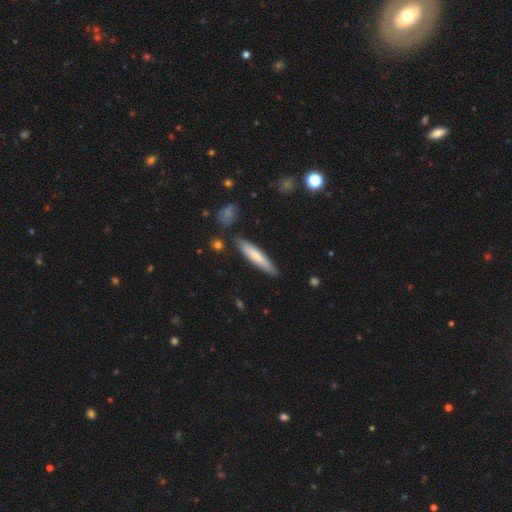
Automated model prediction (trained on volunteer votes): smooth-or-featured: smooth: 69% | featured or disk: 26% | star or artifact: 5%
  how-rounded: cigar-shaped: 87% | in between: 12% | round: 1%
  merging: none: 82% | minor disturbance: 12% | merger: 4% | major disturbance: 2%